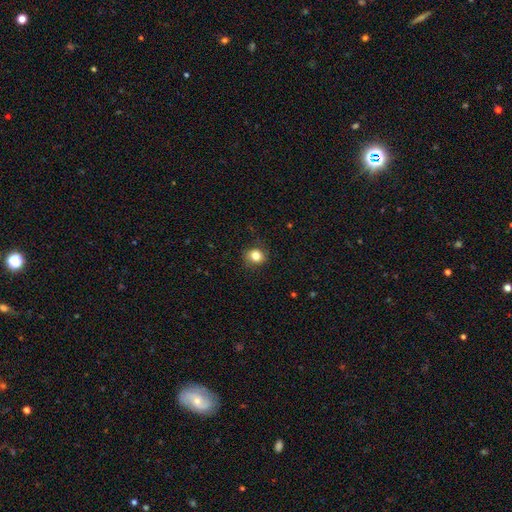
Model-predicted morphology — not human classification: A smooth galaxy with no disk features (82%) that is round (76%).

Vote fractions:
- Smooth or featured? smooth: 82% / star or artifact: 11% / featured or disk: 7%
- How rounded? round: 76% / in between: 23% / cigar-shaped: 1%
- Merging? none: 84% / minor disturbance: 12% / major disturbance: 3% / merger: 1%